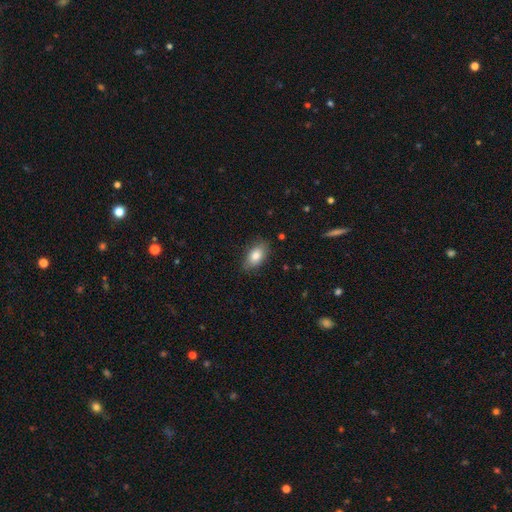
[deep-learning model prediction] Smooth or featured?
  - smooth: 82% *
  - featured or disk: 10%
  - star or artifact: 7%
How rounded?
  - in between: 91% *
  - round: 6%
  - cigar-shaped: 3%
Merging?
  - none: 83% *
  - minor disturbance: 14%
  - major disturbance: 3%
  - merger: 1%